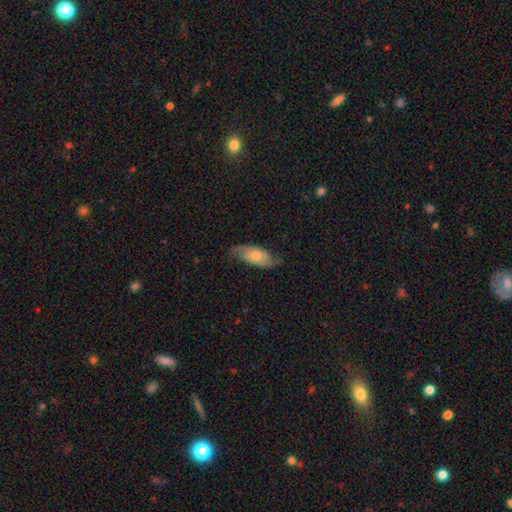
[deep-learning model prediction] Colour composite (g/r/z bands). It shows a featured or disk galaxy (57%). Merging: none (70%).